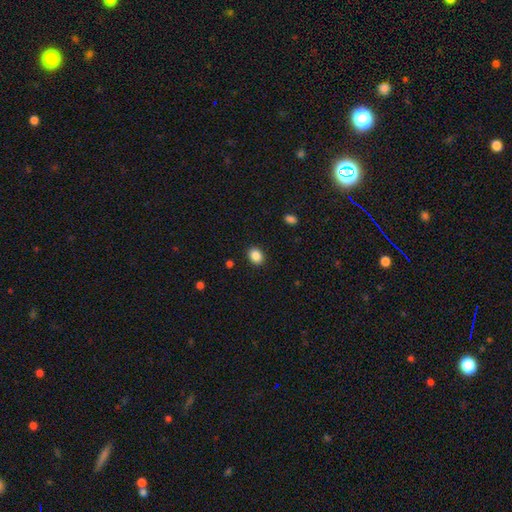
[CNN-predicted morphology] This is clearly a smooth galaxy (87%). How rounded: possibly in between (57%). Merging: clearly none (90%).